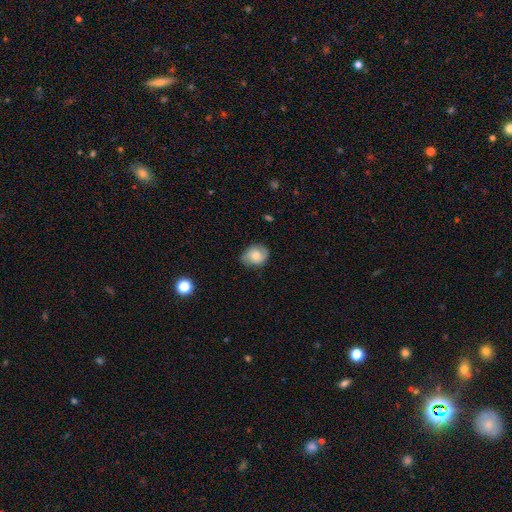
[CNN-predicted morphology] smooth_or_featured: smooth (p=0.58) [alt: featured or disk p=0.33]
how_rounded: round (p=0.60) [alt: in between p=0.39]
merging: none (p=0.69) [alt: minor disturbance p=0.24]